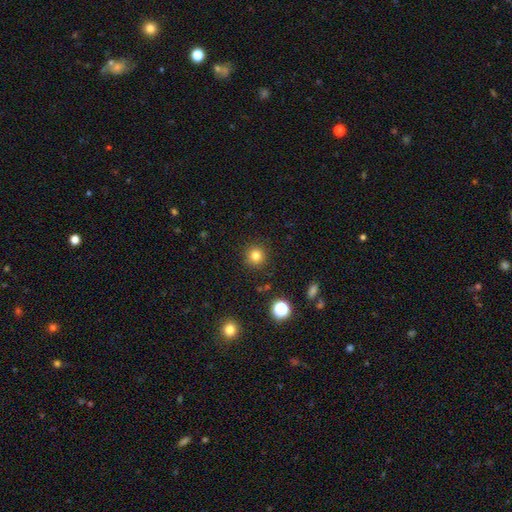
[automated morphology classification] smooth-or-featured: smooth: 80% | star or artifact: 14% | featured or disk: 6%
  how-rounded: round: 94% | in between: 5% | cigar-shaped: 1%
  merging: none: 91% | minor disturbance: 6% | major disturbance: 2% | merger: 1%